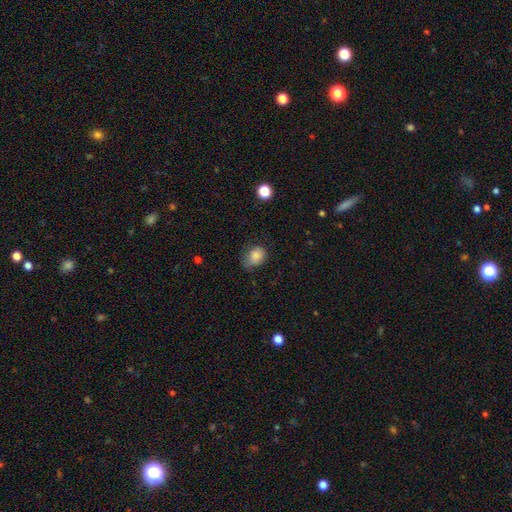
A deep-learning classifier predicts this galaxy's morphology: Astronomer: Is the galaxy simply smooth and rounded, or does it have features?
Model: smooth — 85%.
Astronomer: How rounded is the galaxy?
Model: in between — 59% (runner-up: round, 40%).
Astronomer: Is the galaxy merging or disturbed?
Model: none — 58%.